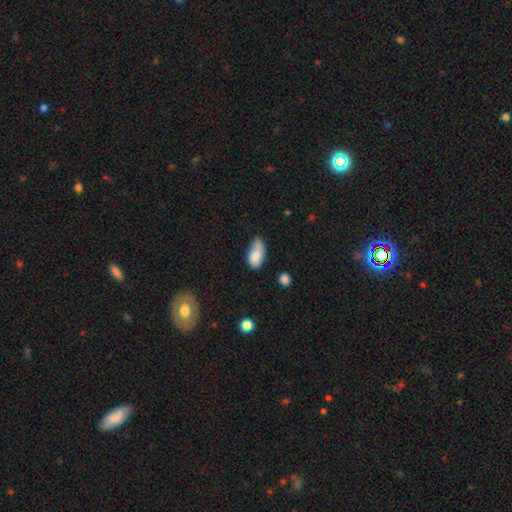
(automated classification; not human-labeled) Smooth or featured: smooth — 80% (featured or disk — 12%)
How rounded: in between — 92% (cigar-shaped — 4%)
Merging: minor disturbance — 42% (none — 39%)